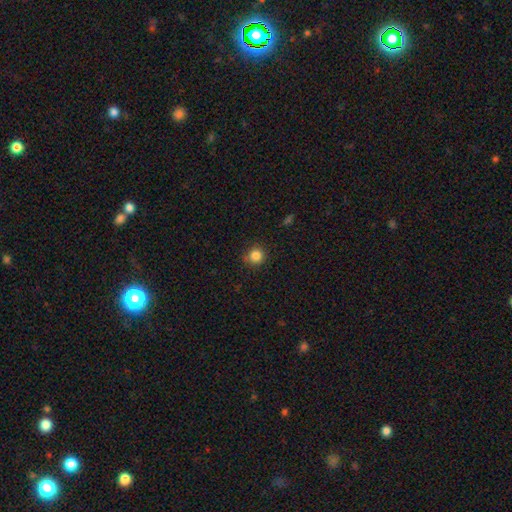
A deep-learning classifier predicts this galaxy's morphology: Smooth or featured? Predicted: smooth (p=0.85). How rounded? Predicted: round (p=0.93). Merging? Predicted: none (p=0.85).